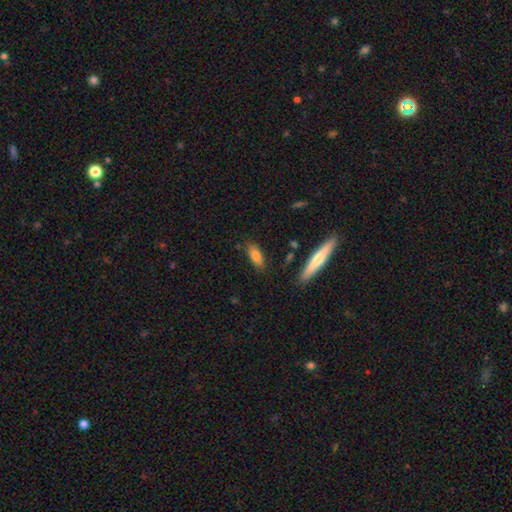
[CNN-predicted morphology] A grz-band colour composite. It shows a smooth galaxy with no disk features (80%) that is in between round and cigar-shaped (68%). Merging: none (82%).